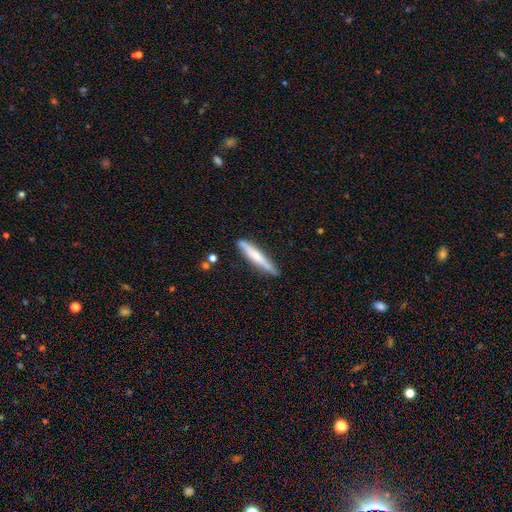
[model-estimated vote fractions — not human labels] Overall: smooth (58%; featured or disk 37%). How rounded: cigar-shaped (93%). Merging: none (85%).